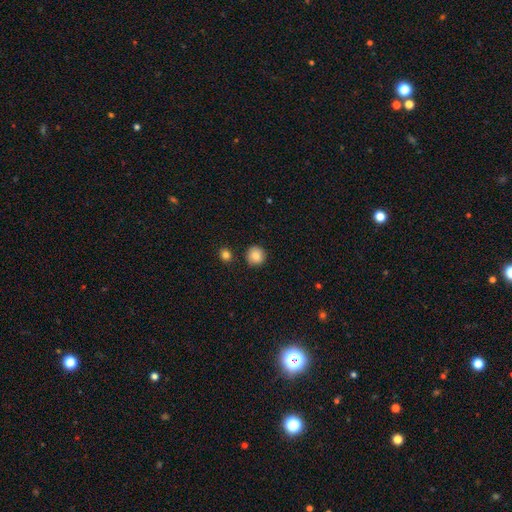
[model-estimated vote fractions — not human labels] A smooth galaxy with no disk features (85%) that is round (93%).

Vote fractions:
- Smooth or featured? smooth: 85% / star or artifact: 9% / featured or disk: 6%
- How rounded? round: 93% / in between: 6% / cigar-shaped: 1%
- Merging? none: 88% / minor disturbance: 7% / merger: 3% / major disturbance: 2%